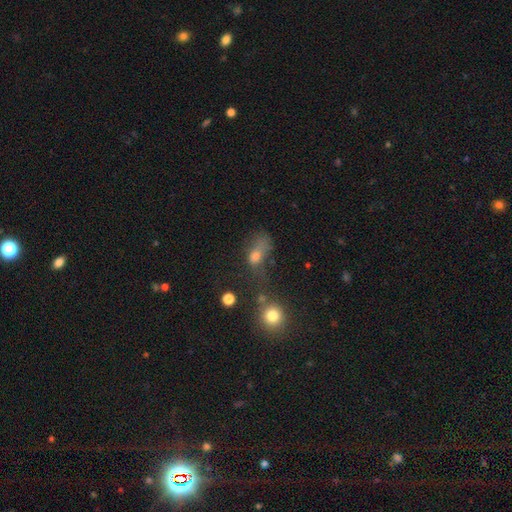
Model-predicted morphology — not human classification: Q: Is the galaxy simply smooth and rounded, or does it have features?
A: smooth — 61%.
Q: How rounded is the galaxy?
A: in between — 68%.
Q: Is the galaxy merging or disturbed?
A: major disturbance — 37%.